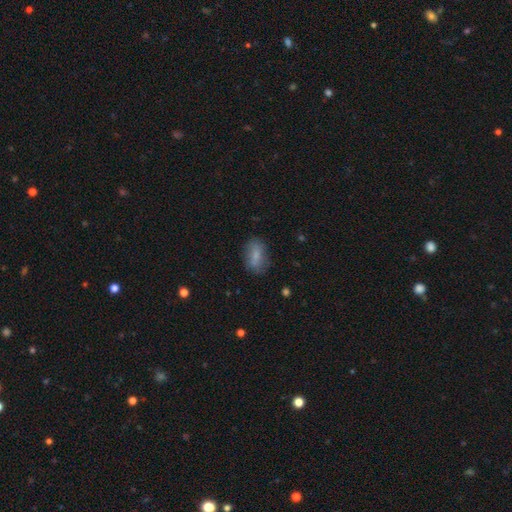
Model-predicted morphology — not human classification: Smooth or featured? smooth (75%)
How rounded? in between (84%)
Merging? none (73%)